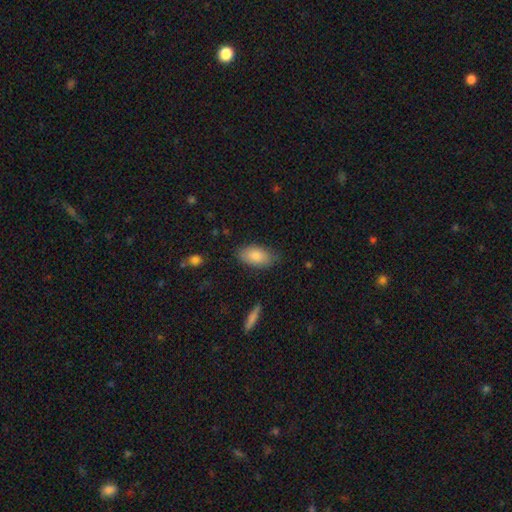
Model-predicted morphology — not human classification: This appears to be a smooth galaxy with no disk features (84%) that is in between round and cigar-shaped (92%). Merging: none (81%).